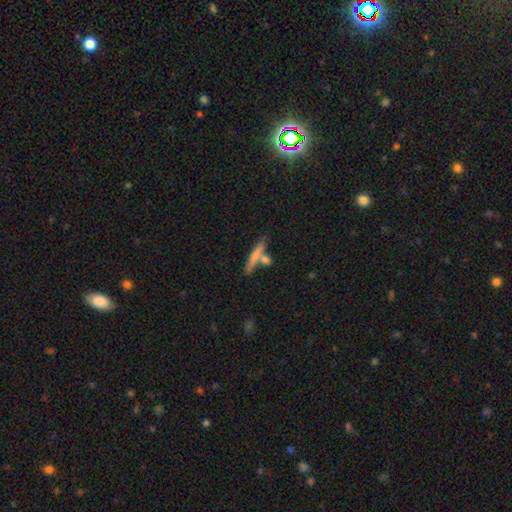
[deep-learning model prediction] A smooth galaxy with no disk features (64%) that is cigar-shaped (88%).

Vote fractions:
- Smooth or featured? smooth: 64% / featured or disk: 29% / star or artifact: 7%
- How rounded? cigar-shaped: 88% / in between: 9% / round: 3%
- Merging? none: 63% / merger: 22% / minor disturbance: 11% / major disturbance: 4%